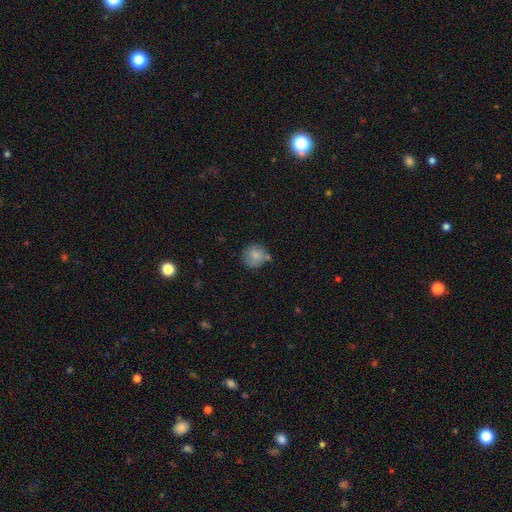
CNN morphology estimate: The model was most divided on "merging": none: 64%, minor disturbance: 21%, merger: 10%, major disturbance: 5%. More confident: how rounded — round (87%); smooth or featured — smooth (82%).